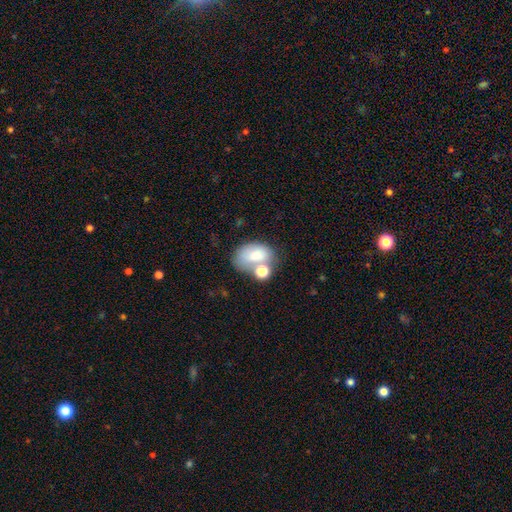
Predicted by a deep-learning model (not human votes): Smooth or featured? Predicted: smooth (p=0.73). How rounded? Predicted: in between (p=0.82). Merging? Predicted: none (p=0.39).